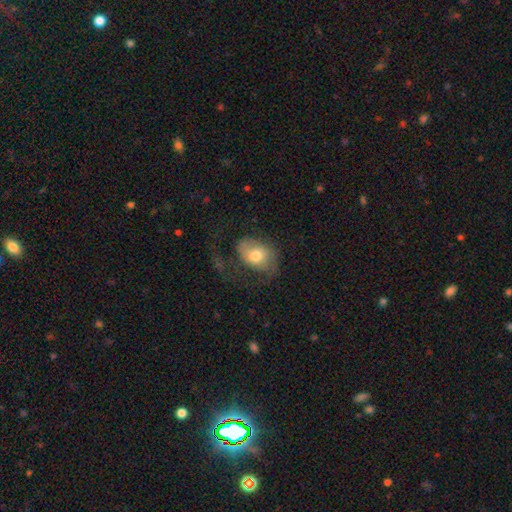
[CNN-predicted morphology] The model was most divided on "merging": major disturbance: 38%, none: 37%, minor disturbance: 23%, merger: 2%. More confident: how rounded — in between (70%); smooth or featured — smooth (59%).